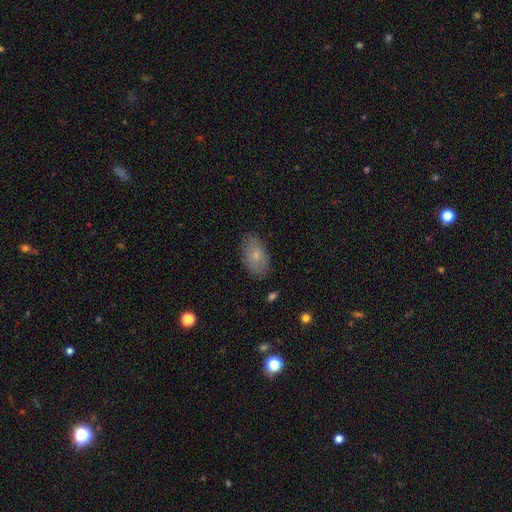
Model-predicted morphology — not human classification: A smooth galaxy with no disk features (76%) that is in between round and cigar-shaped (92%).

Vote fractions:
- Smooth or featured? smooth: 76% / featured or disk: 17% / star or artifact: 7%
- How rounded? in between: 92% / round: 6% / cigar-shaped: 2%
- Merging? none: 82% / minor disturbance: 14% / major disturbance: 3% / merger: 1%